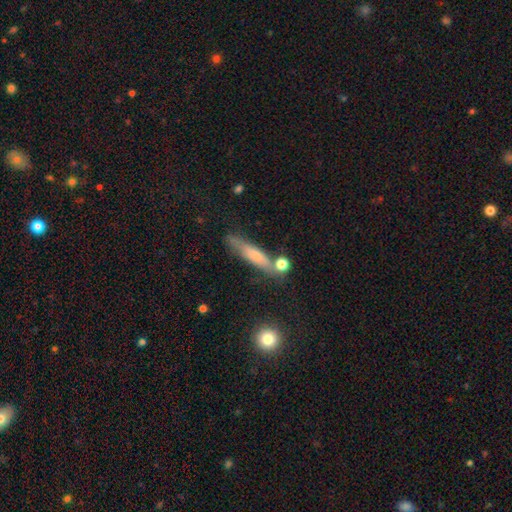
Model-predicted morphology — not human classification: Smooth or featured? smooth (58%)
How rounded? cigar-shaped (85%)
Merging? none (64%)